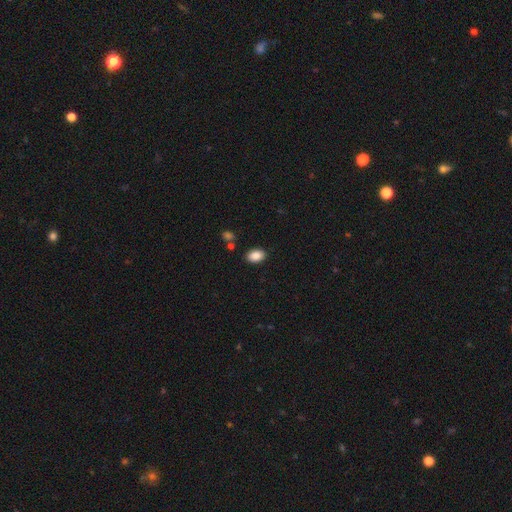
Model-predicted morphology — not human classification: Smooth or featured? Predicted: smooth (p=0.88). How rounded? Predicted: in between (p=0.85). Merging? Predicted: none (p=0.87).